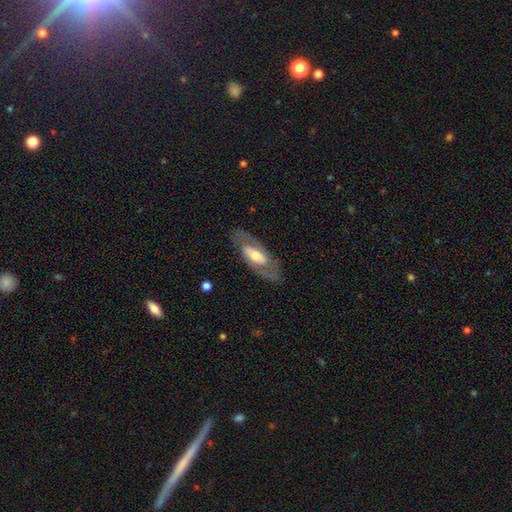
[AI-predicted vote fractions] Smooth or featured?
  - featured or disk: 68% *
  - smooth: 27%
  - star or artifact: 5%
Edge-on disk?
  - no: 84% *
  - yes: 16%
Bar?
  - no: 38% *
  - strong: 31%
  - weak: 31%
Spiral arms?
  - yes: 55% *
  - no: 45%
Bulge size?
  - moderate: 61% *
  - small: 21%
  - large: 16%
  - dominant: 2%
  - none: 1%
Merging?
  - none: 80% *
  - minor disturbance: 13%
  - major disturbance: 7%
  - merger: 1%